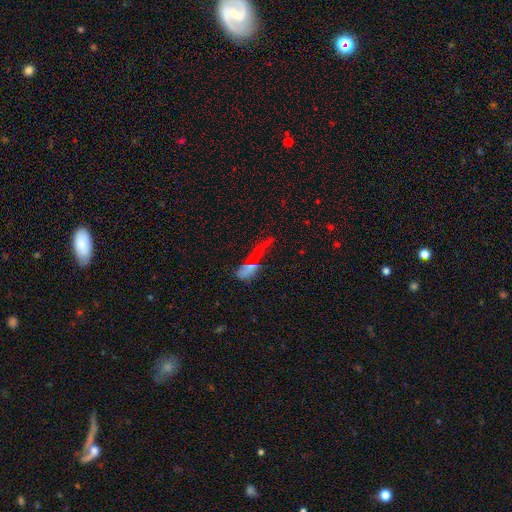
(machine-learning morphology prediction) Smooth or featured: smooth — 42% (star or artifact — 39%)
Merging: none — 50% (merger — 18%)